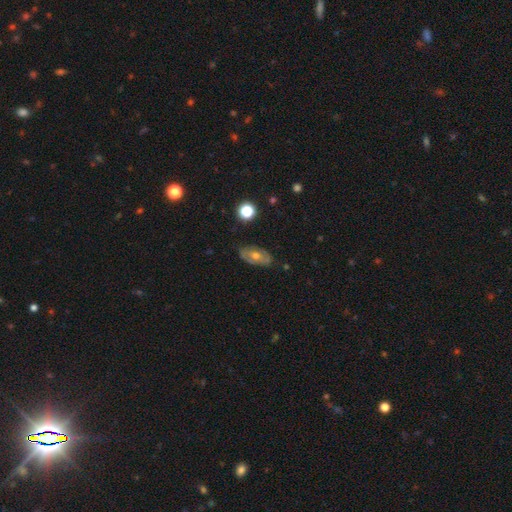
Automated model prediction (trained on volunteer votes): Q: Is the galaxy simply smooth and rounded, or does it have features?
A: featured or disk — 52%.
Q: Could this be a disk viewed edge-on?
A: no — 84%.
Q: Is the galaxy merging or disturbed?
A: none — 81%.